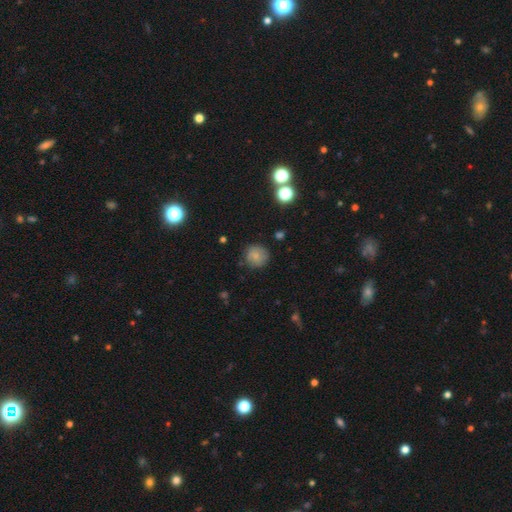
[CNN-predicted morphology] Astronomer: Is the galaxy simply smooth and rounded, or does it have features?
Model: smooth — 77%.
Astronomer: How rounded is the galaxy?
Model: round — 91%.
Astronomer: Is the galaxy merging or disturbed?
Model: none — 82%.